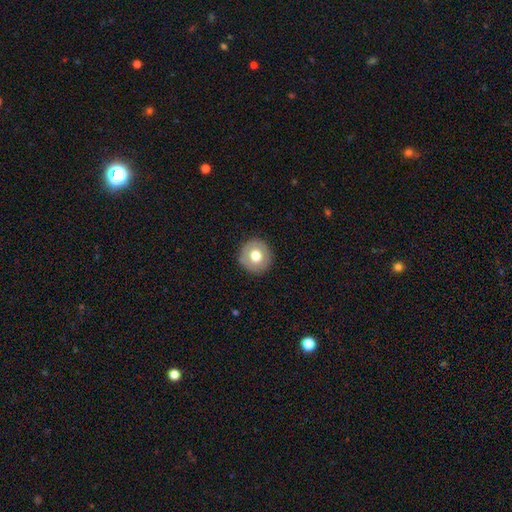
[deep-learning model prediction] A smooth galaxy with no disk features (68%) that is round (93%).

Vote fractions:
- Smooth or featured? smooth: 68% / featured or disk: 24% / star or artifact: 8%
- How rounded? round: 93% / in between: 6% / cigar-shaped: 1%
- Merging? none: 89% / minor disturbance: 8% / major disturbance: 2% / merger: 1%